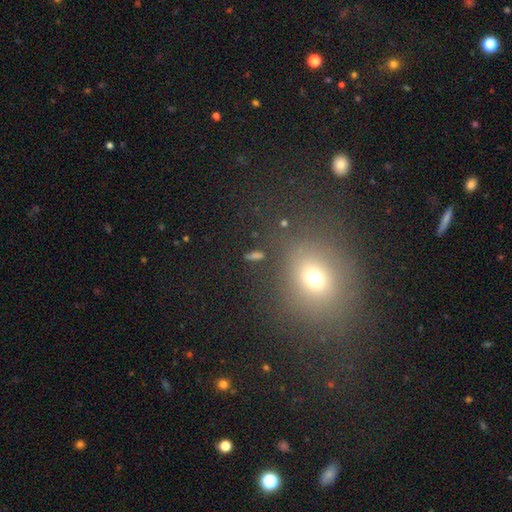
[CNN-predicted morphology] This is likely a smooth galaxy (60%). How rounded: possibly round (57%). Merging: likely none (76%).